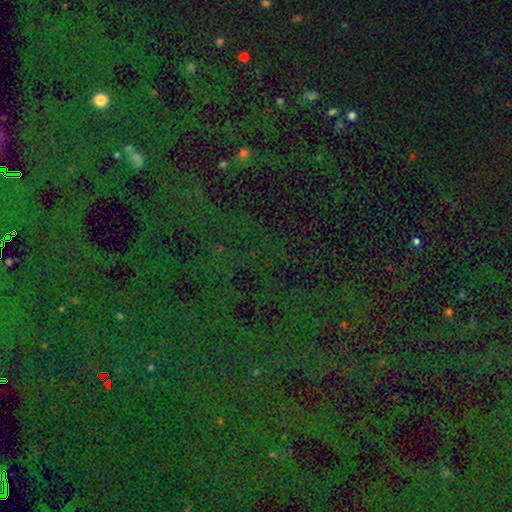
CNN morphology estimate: Smooth or featured? star or artifact (84%)